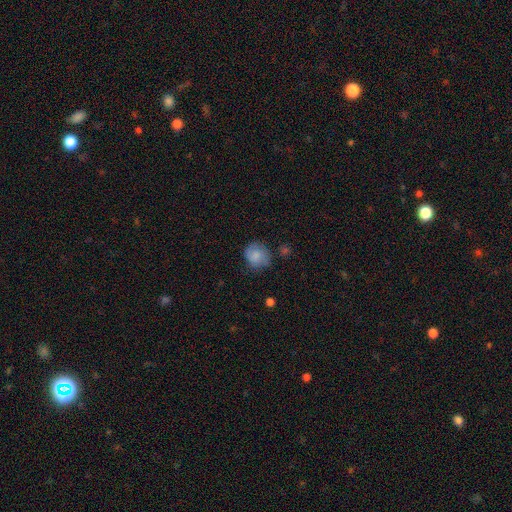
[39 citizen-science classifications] Overall: smooth (85%). How rounded: round (70%; in between 30%). Merging: none (56%; minor disturbance 33%).